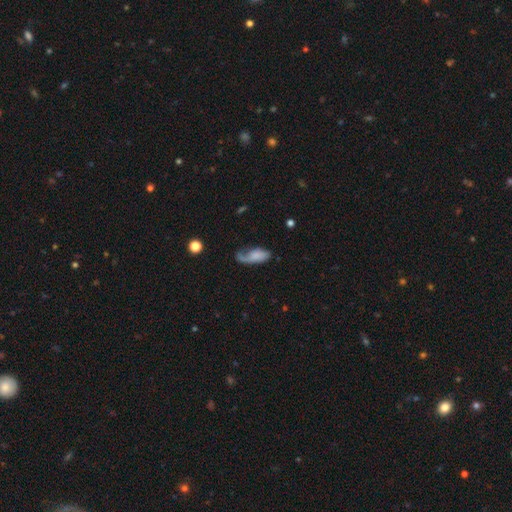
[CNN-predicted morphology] Overall: smooth (56%; featured or disk 36%). How rounded: in between (81%). Merging: none (36%; major disturbance 30%).